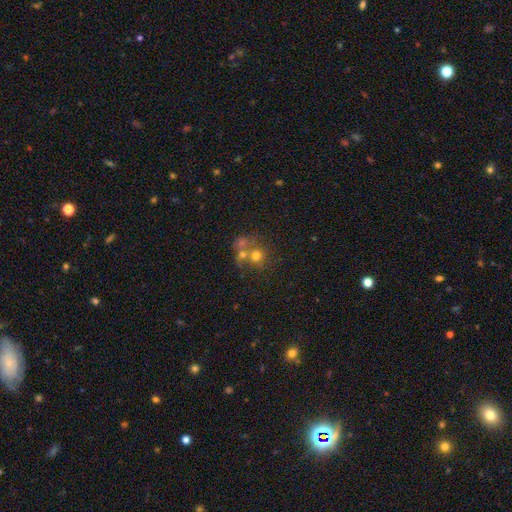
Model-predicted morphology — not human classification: A smooth galaxy with no disk features (62%) that is round (83%). Merging: merger (45%).